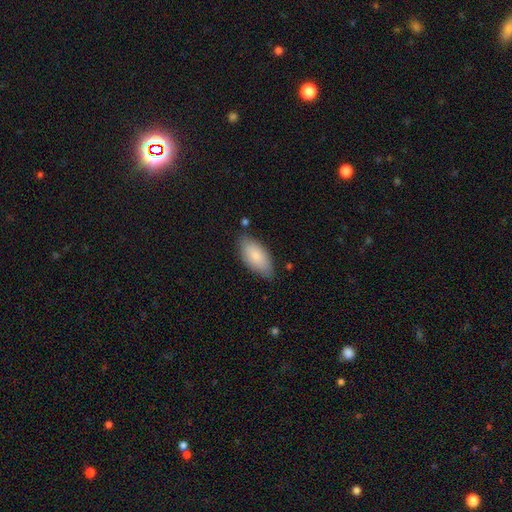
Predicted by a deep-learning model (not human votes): The model was most divided on "merging": none: 77%, minor disturbance: 17%, major disturbance: 3%, merger: 2%. More confident: how rounded — in between (89%); smooth or featured — smooth (83%).